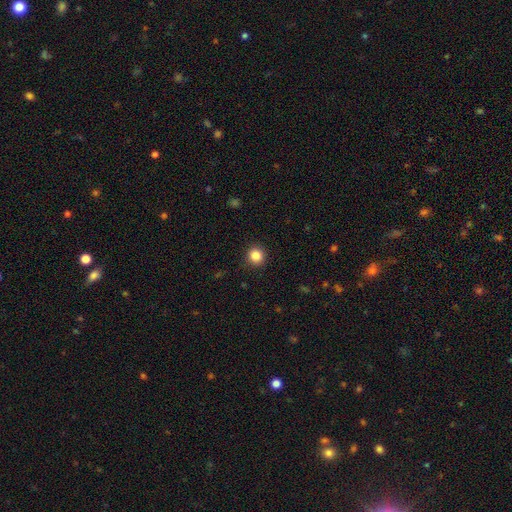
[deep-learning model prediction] This appears to be a smooth galaxy with no disk features (85%) that is round (91%). Merging: none (91%).